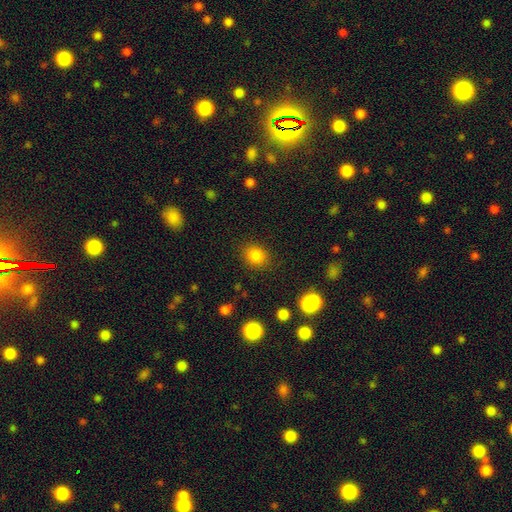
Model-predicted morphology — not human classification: This appears to be a smooth galaxy with no disk features (83%) that is round (70%). Merging: none (87%).